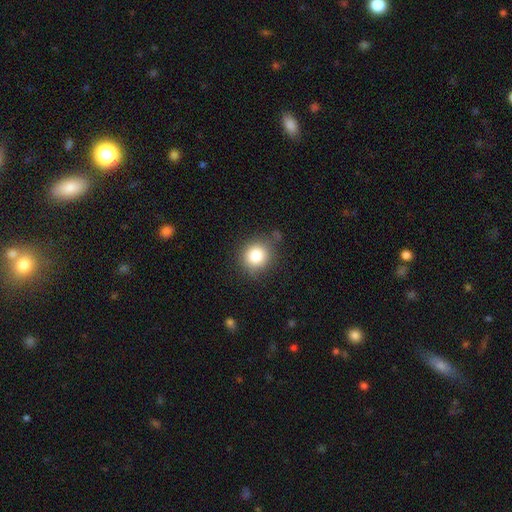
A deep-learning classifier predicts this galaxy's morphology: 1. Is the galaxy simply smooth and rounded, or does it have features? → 84% smooth, 10% star or artifact, 6% featured or disk.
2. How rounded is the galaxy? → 88% round, 11% in between, 1% cigar-shaped.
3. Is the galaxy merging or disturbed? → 78% none, 15% minor disturbance, 4% major disturbance, 3% merger.